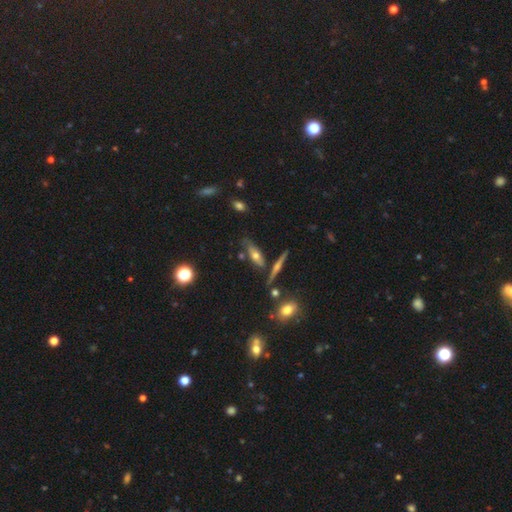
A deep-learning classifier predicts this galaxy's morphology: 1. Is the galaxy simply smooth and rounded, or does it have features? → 50% featured or disk, 38% smooth, 12% star or artifact.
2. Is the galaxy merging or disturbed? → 65% none, 17% minor disturbance, 12% merger, 5% major disturbance.